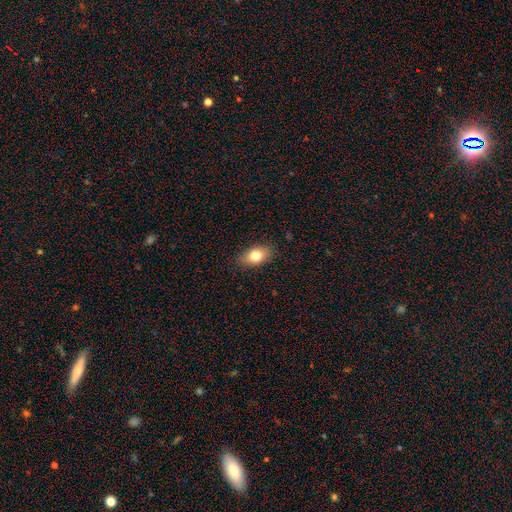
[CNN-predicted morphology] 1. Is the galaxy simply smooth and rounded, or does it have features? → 78% smooth, 13% featured or disk, 8% star or artifact.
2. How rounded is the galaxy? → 85% in between, 12% round, 3% cigar-shaped.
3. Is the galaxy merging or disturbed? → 86% none, 11% minor disturbance, 2% major disturbance, 1% merger.